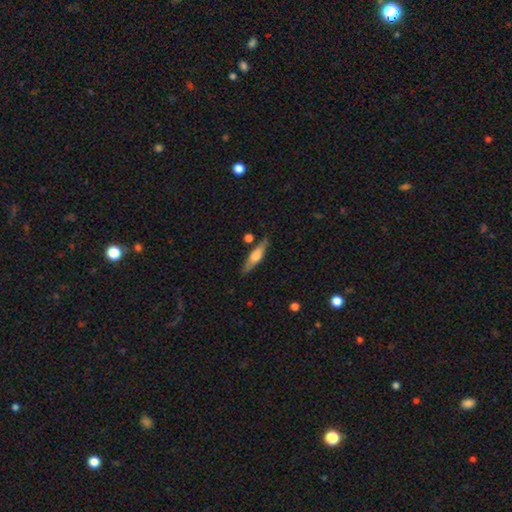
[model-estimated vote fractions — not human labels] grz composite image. It shows a featured or disk galaxy (52%) viewed edge-on (93%). Merging: none (81%).